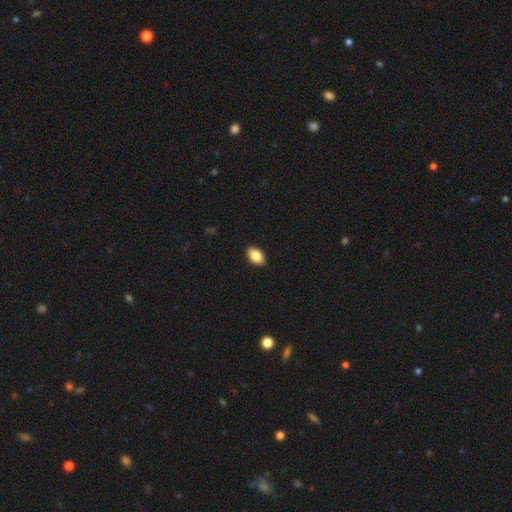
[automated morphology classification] This is clearly a smooth galaxy (86%). How rounded: clearly in between (91%). Merging: clearly none (90%).